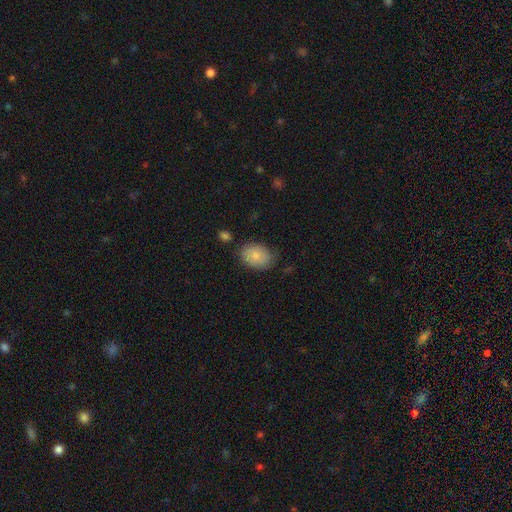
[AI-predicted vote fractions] Overall: smooth (80%). How rounded: in between (71%). Merging: none (69%).